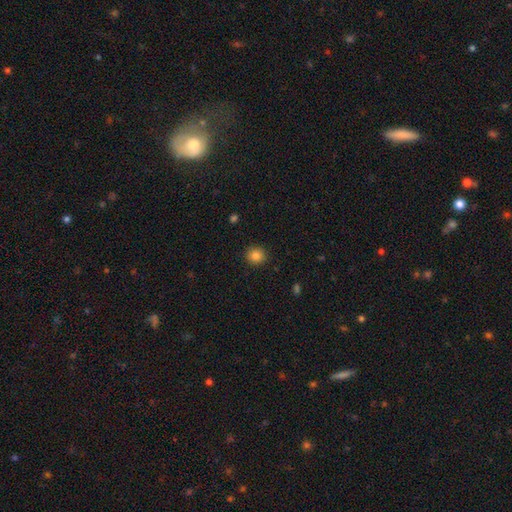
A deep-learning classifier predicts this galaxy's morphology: Q: Smooth or featured?
A: smooth (84%); runner-up: star or artifact (11%)
Q: How rounded?
A: round (88%); runner-up: in between (11%)
Q: Merging?
A: none (91%); runner-up: minor disturbance (6%)